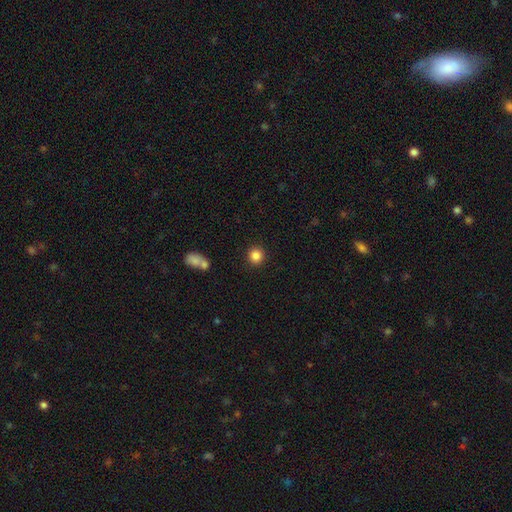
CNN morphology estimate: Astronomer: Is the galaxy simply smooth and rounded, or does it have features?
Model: smooth — 85%.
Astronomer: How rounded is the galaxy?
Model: round — 93%.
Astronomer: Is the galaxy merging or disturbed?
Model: none — 90%.